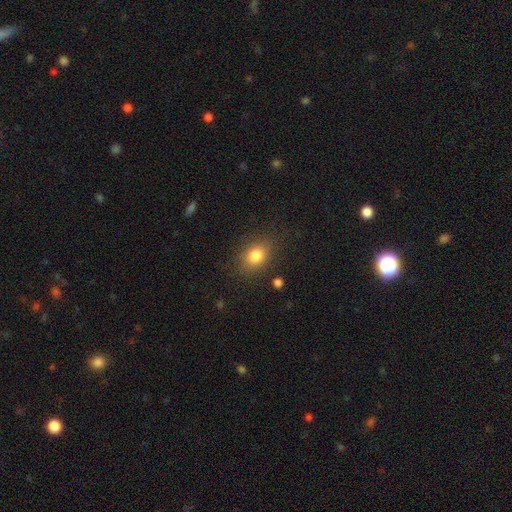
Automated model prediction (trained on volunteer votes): Morphology: type=smooth (82%); roundness=in between (65%); merging=none (81%).